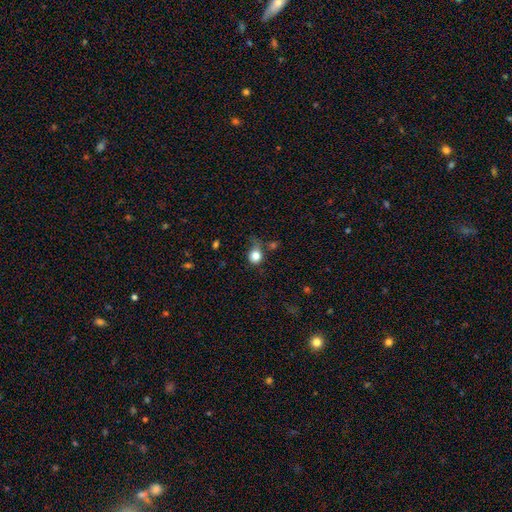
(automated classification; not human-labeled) A smooth galaxy with no disk features (80%) that is round (75%). Merging: none (43%).